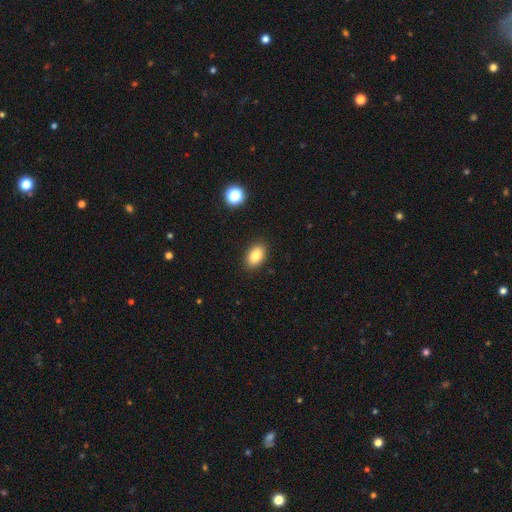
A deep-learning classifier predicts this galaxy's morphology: Smooth or featured? smooth (85%)
How rounded? in between (89%)
Merging? none (88%)